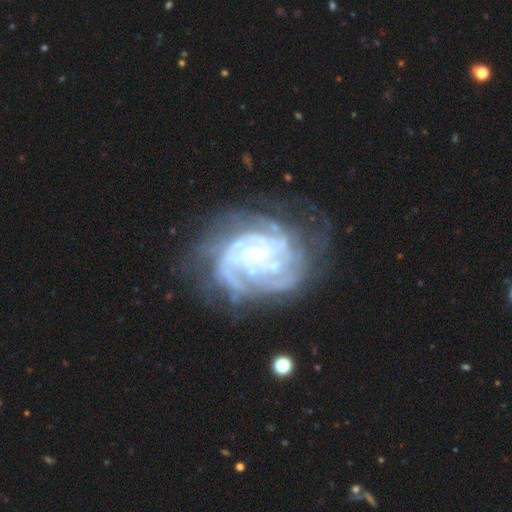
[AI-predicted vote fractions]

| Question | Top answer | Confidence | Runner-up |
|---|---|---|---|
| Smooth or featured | featured or disk | 87% | star or artifact (7%) |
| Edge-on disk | no | 98% | yes (2%) |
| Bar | no | 68% | weak (24%) |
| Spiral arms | yes | 94% | no (6%) |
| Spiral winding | tight | 66% | medium (27%) |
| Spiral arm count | can't tell | 32% | 4 (23%) |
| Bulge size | small | 82% | moderate (10%) |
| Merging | none | 55% | minor disturbance (22%) |